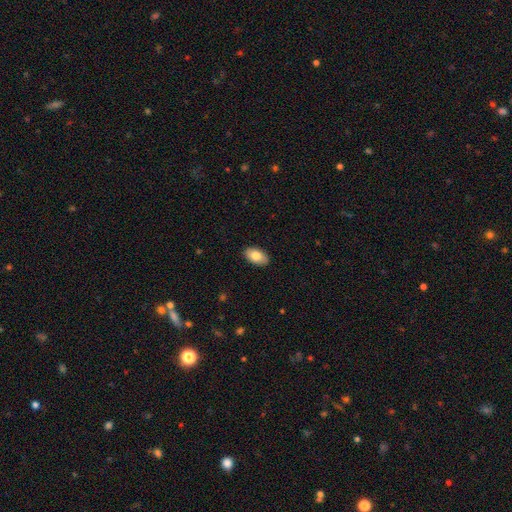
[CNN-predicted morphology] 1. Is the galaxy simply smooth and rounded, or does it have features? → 80% smooth, 14% featured or disk, 6% star or artifact.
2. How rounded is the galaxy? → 94% in between, 4% round, 2% cigar-shaped.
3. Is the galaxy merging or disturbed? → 89% none, 9% minor disturbance, 2% major disturbance, 1% merger.